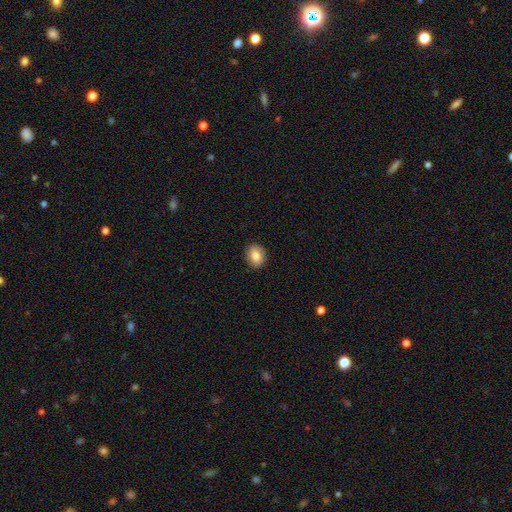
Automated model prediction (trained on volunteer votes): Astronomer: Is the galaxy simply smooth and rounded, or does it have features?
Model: smooth — 82%.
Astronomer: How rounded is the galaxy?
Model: in between — 52% (runner-up: round, 47%).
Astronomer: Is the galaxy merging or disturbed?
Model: none — 88%.